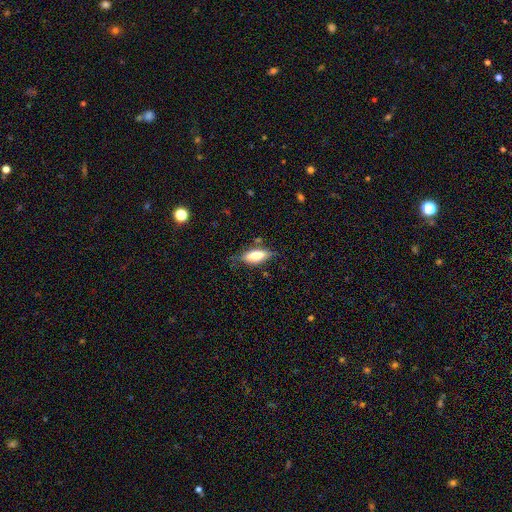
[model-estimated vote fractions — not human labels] This appears to be a smooth galaxy with no disk features (73%) that is in between round and cigar-shaped (71%). Merging: none (71%).